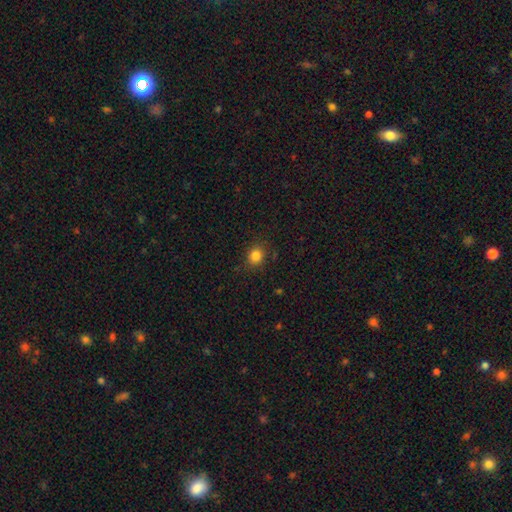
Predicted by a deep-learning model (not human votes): A smooth galaxy with no disk features (83%) that is round (74%). Merging: none (85%).